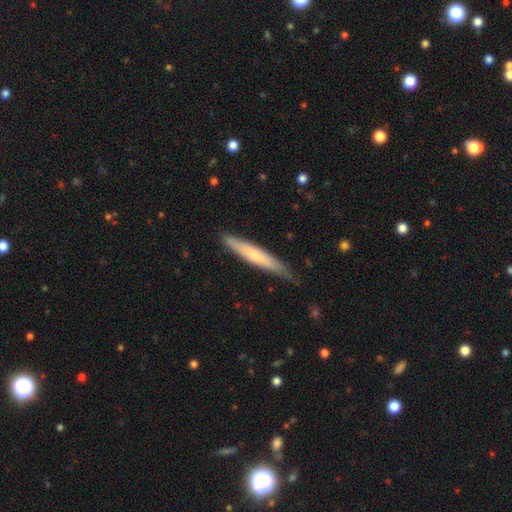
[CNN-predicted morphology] type=smooth (59%); roundness=cigar-shaped (91%); merging=none (79%).